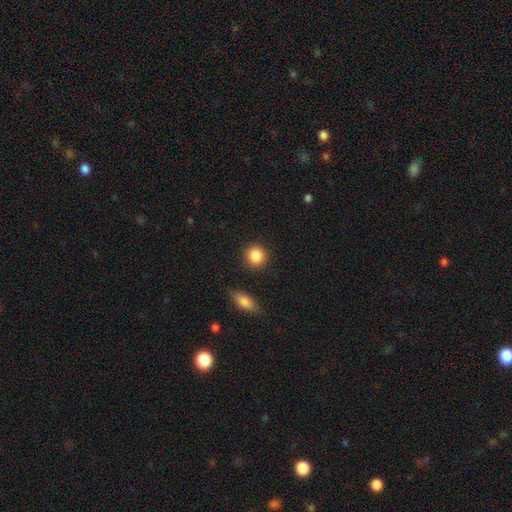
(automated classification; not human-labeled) Q: Smooth or featured?
A: smooth (88%); runner-up: star or artifact (8%)
Q: How rounded?
A: round (89%); runner-up: in between (9%)
Q: Merging?
A: none (89%); runner-up: minor disturbance (6%)